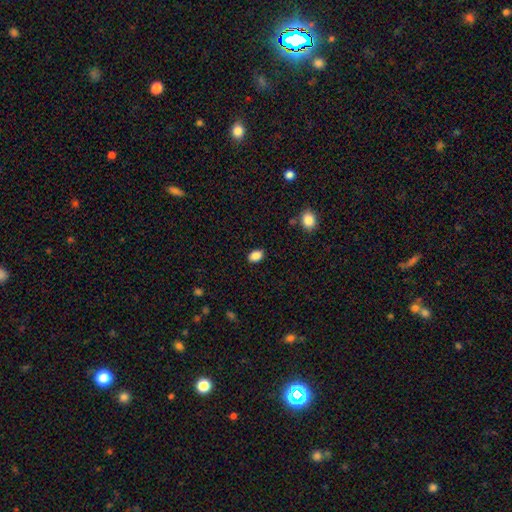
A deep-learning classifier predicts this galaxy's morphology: smooth 87%, star or artifact 9%, featured or disk 4%. Down the decision tree: how rounded — in between (80%); merging — none (87%).